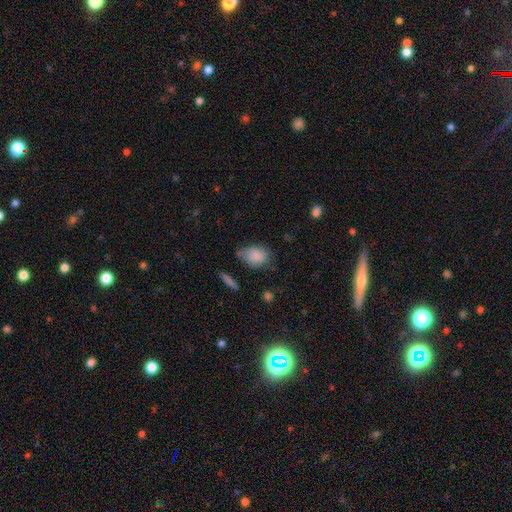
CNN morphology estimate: The model was most divided on "merging": none: 48%, minor disturbance: 36%, major disturbance: 12%, merger: 4%. More confident: smooth or featured — smooth (81%); how rounded — in between (77%).